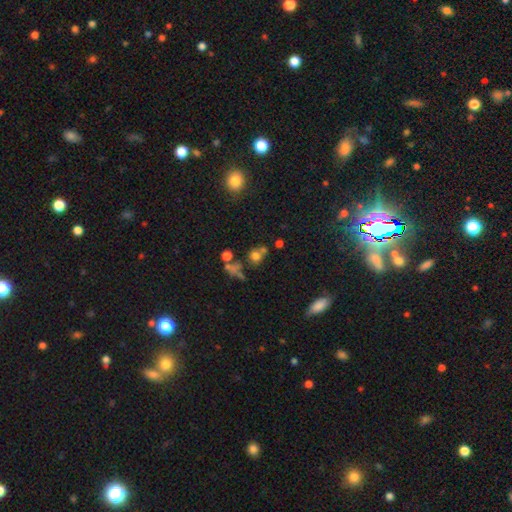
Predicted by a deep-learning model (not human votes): A smooth galaxy with no disk features (67%) that is round (80%).

Vote fractions:
- Smooth or featured? smooth: 67% / star or artifact: 19% / featured or disk: 14%
- How rounded? round: 80% / in between: 19% / cigar-shaped: 2%
- Merging? none: 50% / merger: 30% / minor disturbance: 11% / major disturbance: 8%